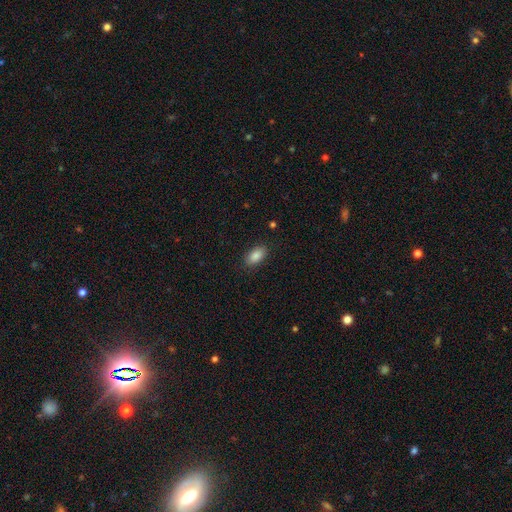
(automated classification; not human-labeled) Smooth or featured? smooth (87%)
How rounded? in between (92%)
Merging? none (87%)